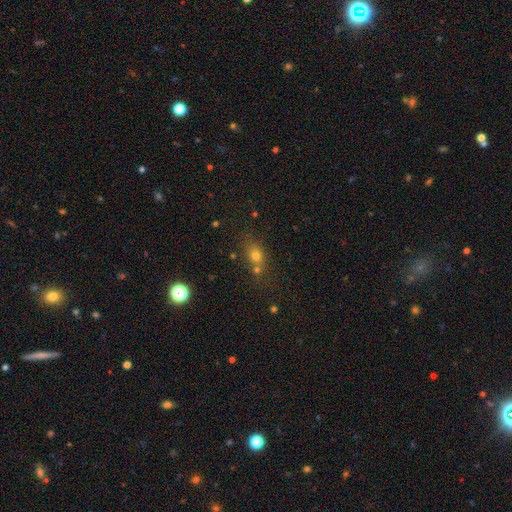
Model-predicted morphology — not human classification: A smooth galaxy with no disk features (65%) that is round (52%). Merging: none (58%).